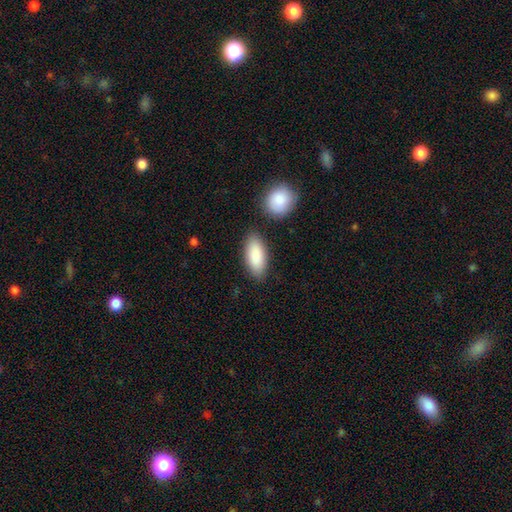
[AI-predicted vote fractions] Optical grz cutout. It shows a smooth galaxy with no disk features (88%) that is in between round and cigar-shaped (87%). Merging: none (80%).